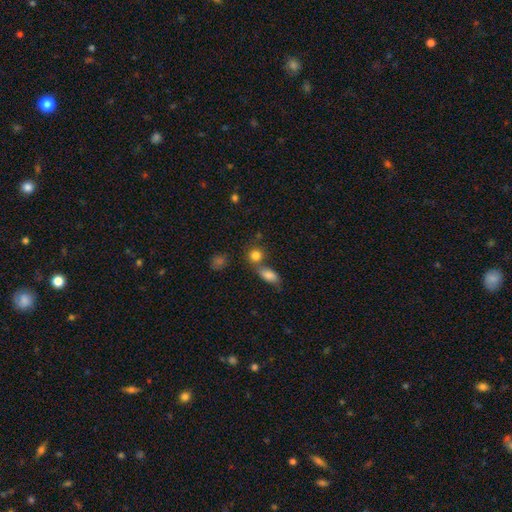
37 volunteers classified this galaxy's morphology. A smooth galaxy with no disk features (86%) that is round (78%).

Vote fractions:
- Smooth or featured? smooth: 86% / featured or disk: 8% / star or artifact: 5%
- How rounded? round: 78% / in between: 22% / cigar-shaped: 0%
- Merging? none: 60% / merger: 29% / minor disturbance: 11% / major disturbance: 0%